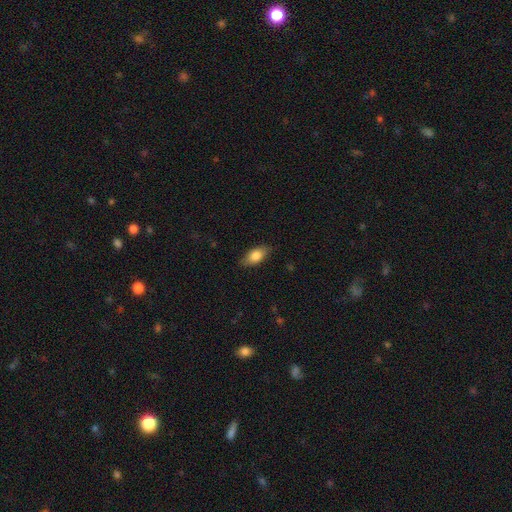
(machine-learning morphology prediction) smooth 80%, featured or disk 13%, star or artifact 6%. Down the decision tree: how rounded — in between (87%); merging — none (84%).